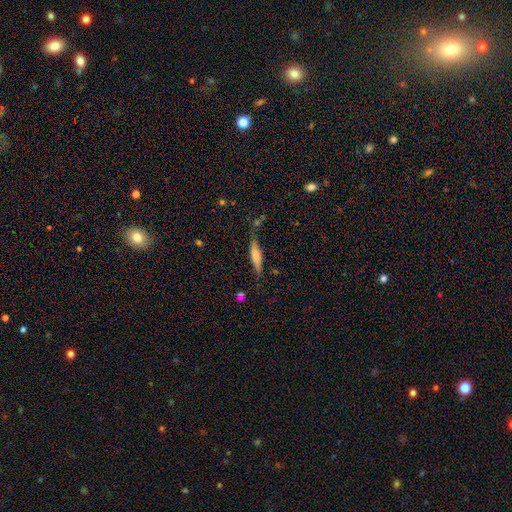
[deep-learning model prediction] This appears to be a smooth galaxy with no disk features (59%) that is cigar-shaped (81%). Merging: none (70%).